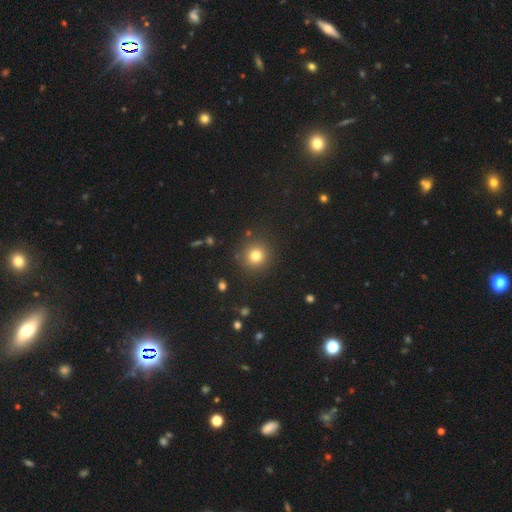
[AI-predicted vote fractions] A smooth galaxy with no disk features (78%) that is round (93%).

Vote fractions:
- Smooth or featured? smooth: 78% / star or artifact: 15% / featured or disk: 7%
- How rounded? round: 93% / in between: 6% / cigar-shaped: 1%
- Merging? none: 89% / minor disturbance: 7% / major disturbance: 3% / merger: 2%